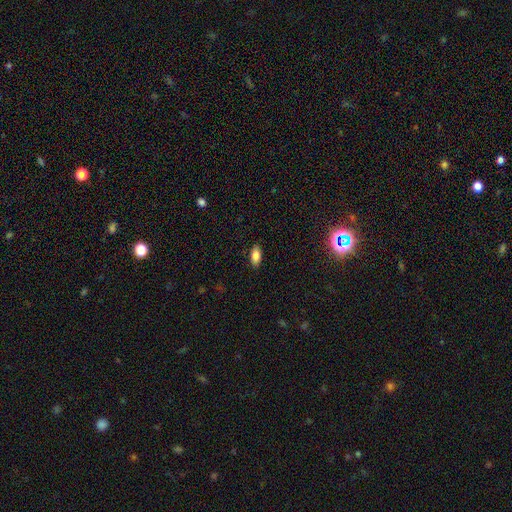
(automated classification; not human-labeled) This is clearly a smooth galaxy (83%). How rounded: clearly in between (89%). Merging: clearly none (88%).